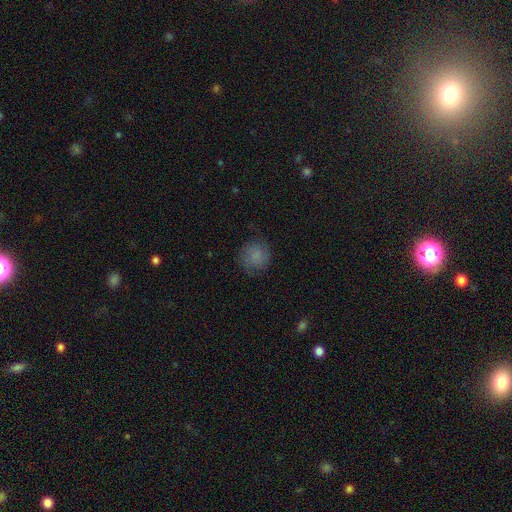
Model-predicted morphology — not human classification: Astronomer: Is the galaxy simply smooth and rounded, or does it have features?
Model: smooth — 78%.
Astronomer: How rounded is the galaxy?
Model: round — 88%.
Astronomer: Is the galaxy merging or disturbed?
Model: none — 77%.